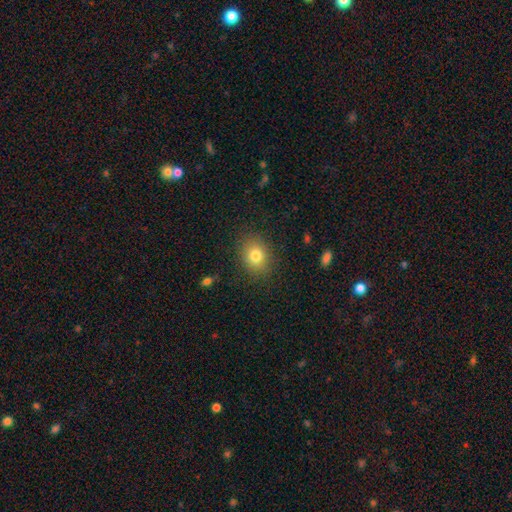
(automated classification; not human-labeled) The model was most divided on "how rounded": round: 51%, in between: 48%, cigar-shaped: 1%. More confident: merging — none (86%); smooth or featured — smooth (79%).